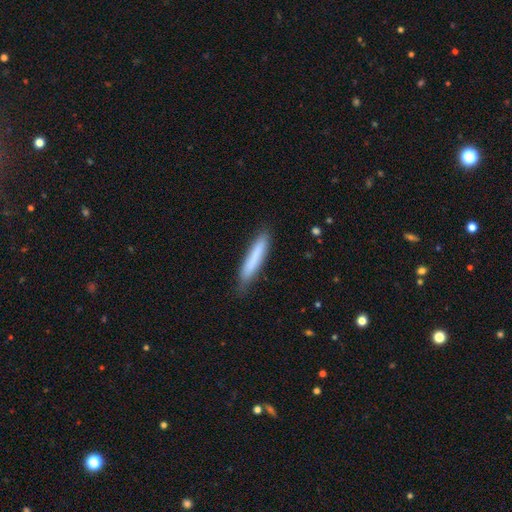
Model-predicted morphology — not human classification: Smooth or featured? smooth (79%)
How rounded? cigar-shaped (91%)
Merging? none (80%)